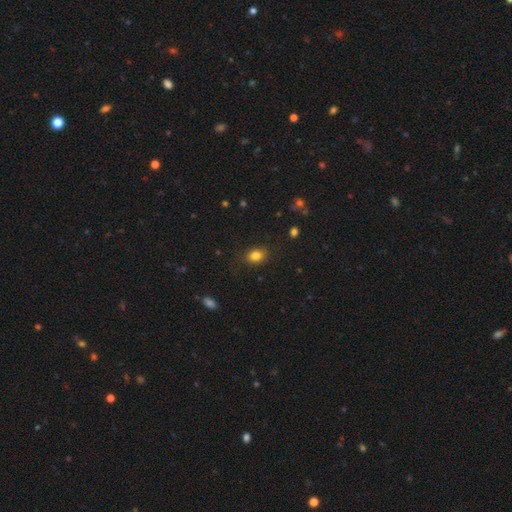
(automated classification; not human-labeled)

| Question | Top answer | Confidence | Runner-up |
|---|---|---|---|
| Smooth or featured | smooth | 82% | star or artifact (11%) |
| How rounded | in between | 58% | round (41%) |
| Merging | none | 84% | minor disturbance (11%) |